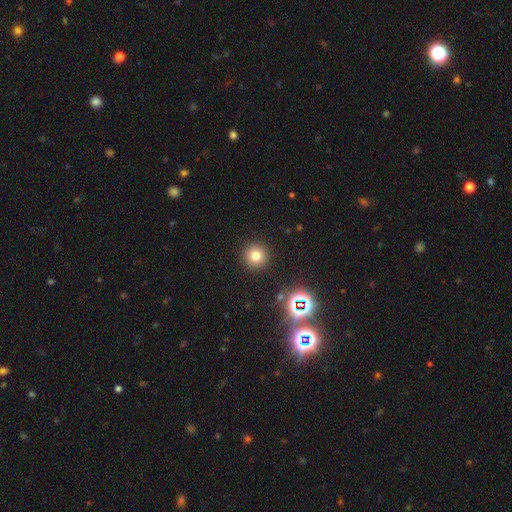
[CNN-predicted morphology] Overall: smooth (75%). How rounded: round (95%). Merging: none (91%).